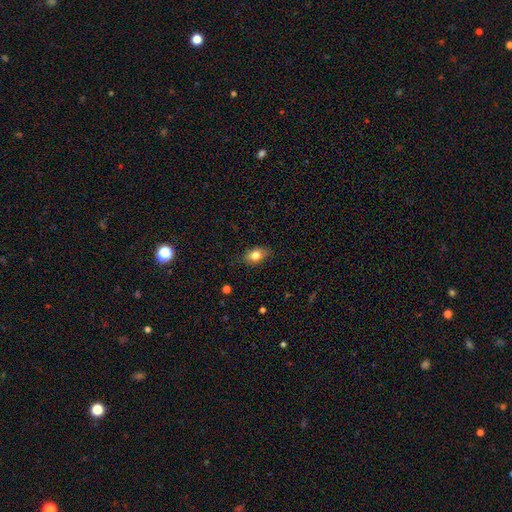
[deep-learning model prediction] Smooth or featured? smooth (80%)
How rounded? in between (77%)
Merging? none (79%)